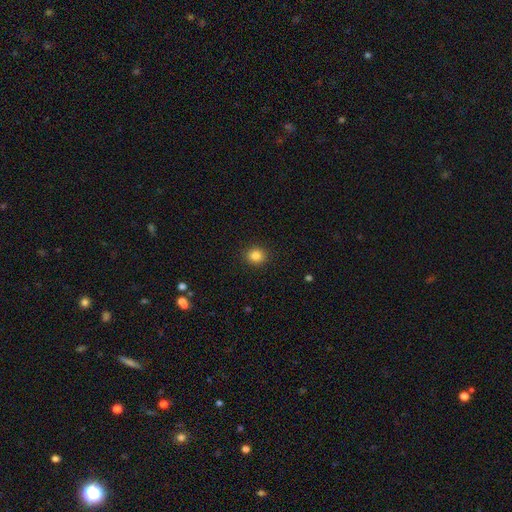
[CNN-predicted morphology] smooth_or_featured: smooth (p=0.85) [alt: star or artifact p=0.11]
how_rounded: round (p=0.81) [alt: in between p=0.18]
merging: none (p=0.91) [alt: minor disturbance p=0.06]